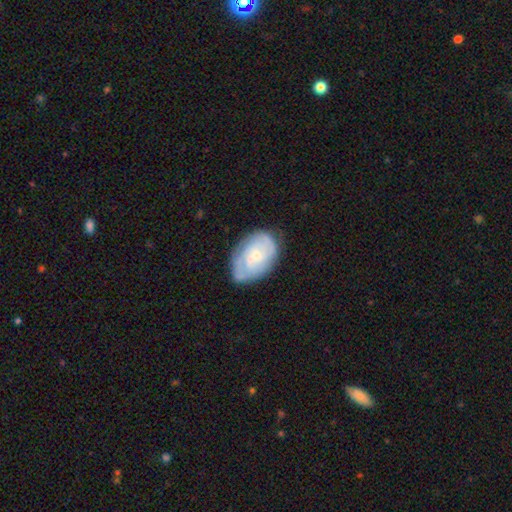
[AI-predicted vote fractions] This appears to be a featured or disk galaxy (62%) with no bar (71%), spiral arms (79%) and a small central bulge (67%). Merging: none (65%).